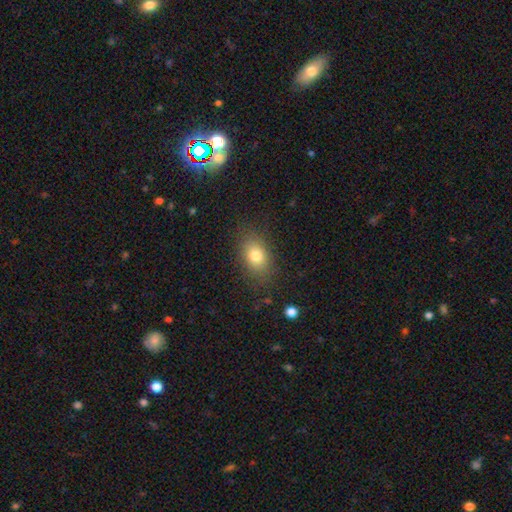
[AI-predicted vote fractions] smooth 77%, featured or disk 12%, star or artifact 11%. Down the decision tree: how rounded — in between (76%); merging — none (82%).